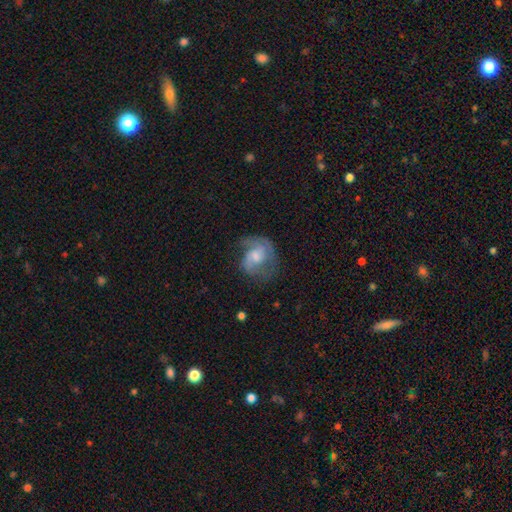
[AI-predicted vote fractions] Smooth or featured: featured or disk — 67% (smooth — 26%)
Edge-on disk: no — 97% (yes — 3%)
Bar: no — 56% (weak — 37%)
Spiral arms: yes — 87% (no — 13%)
Spiral winding: medium — 46% (loose — 27%)
Spiral arm count: 2 — 63% (1 — 14%)
Bulge size: moderate — 47% (small — 36%)
Merging: none — 51% (minor disturbance — 25%)